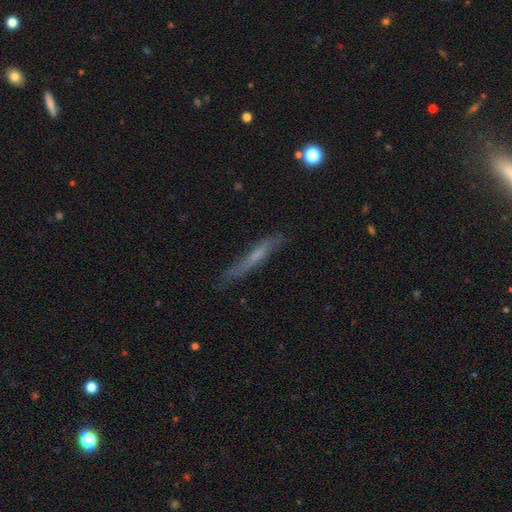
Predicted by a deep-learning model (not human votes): smooth-or-featured: smooth: 46% | featured or disk: 45% | star or artifact: 9%
  merging: none: 74% | minor disturbance: 19% | major disturbance: 5% | merger: 2%